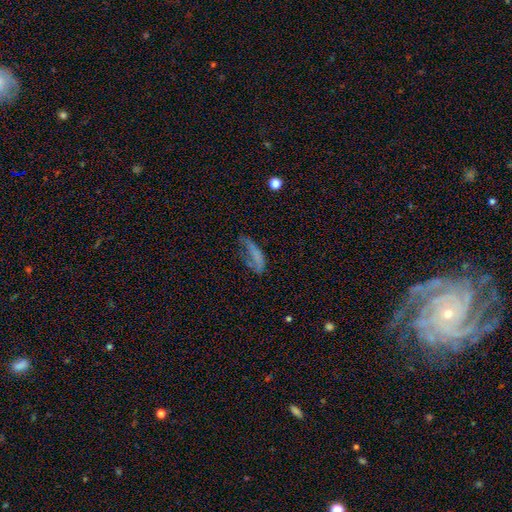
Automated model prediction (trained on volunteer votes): smooth_or_featured: smooth (p=0.54) [alt: featured or disk p=0.32]
how_rounded: in between (p=0.59) [alt: cigar-shaped p=0.37]
merging: major disturbance (p=0.42) [alt: none p=0.27]